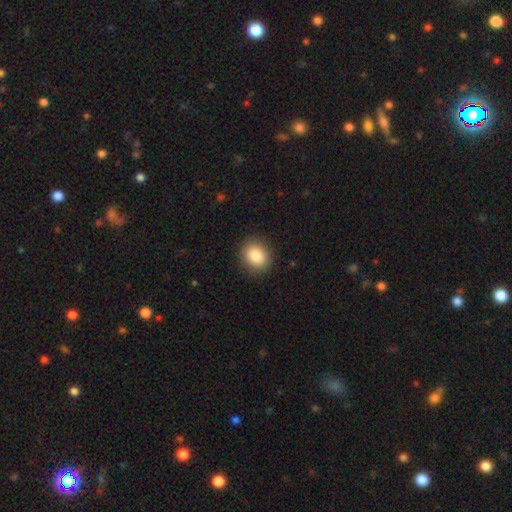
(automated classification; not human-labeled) Smooth or featured?
  - smooth: 86% *
  - star or artifact: 9%
  - featured or disk: 6%
How rounded?
  - round: 63% *
  - in between: 36%
  - cigar-shaped: 1%
Merging?
  - none: 89% *
  - minor disturbance: 8%
  - major disturbance: 2%
  - merger: 1%